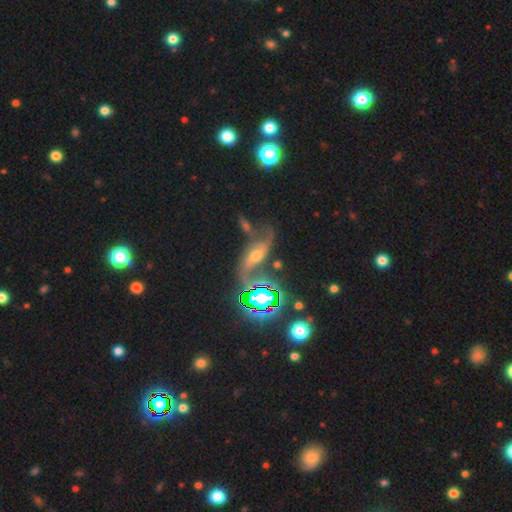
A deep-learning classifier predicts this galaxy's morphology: Q: Smooth or featured?
A: featured or disk (73%); runner-up: star or artifact (15%)
Q: Edge-on disk?
A: no (90%); runner-up: yes (10%)
Q: Bar?
A: no (48%); runner-up: weak (31%)
Q: Spiral arms?
A: yes (90%); runner-up: no (10%)
Q: Spiral winding?
A: loose (79%); runner-up: medium (15%)
Q: Spiral arm count?
A: 2 (90%); runner-up: can't tell (3%)
Q: Bulge size?
A: moderate (59%); runner-up: small (27%)
Q: Merging?
A: none (49%); runner-up: minor disturbance (18%)